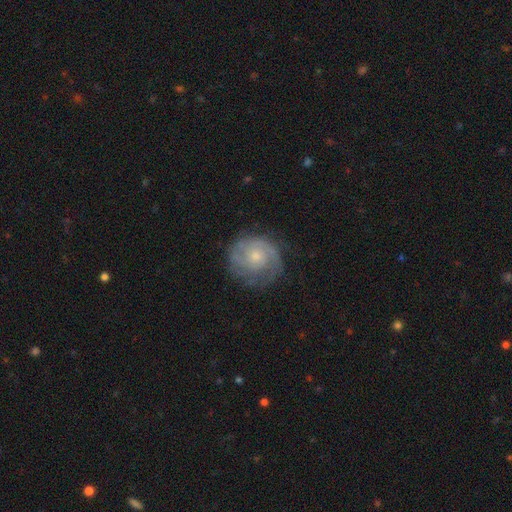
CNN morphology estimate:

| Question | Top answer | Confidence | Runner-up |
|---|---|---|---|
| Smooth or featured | featured or disk | 72% | smooth (21%) |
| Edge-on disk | no | 98% | yes (2%) |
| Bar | no | 79% | weak (19%) |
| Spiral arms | yes | 90% | no (10%) |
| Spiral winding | tight | 62% | medium (29%) |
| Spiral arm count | can't tell | 35% | 2 (30%) |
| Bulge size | small | 56% | moderate (37%) |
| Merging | none | 71% | minor disturbance (19%) |